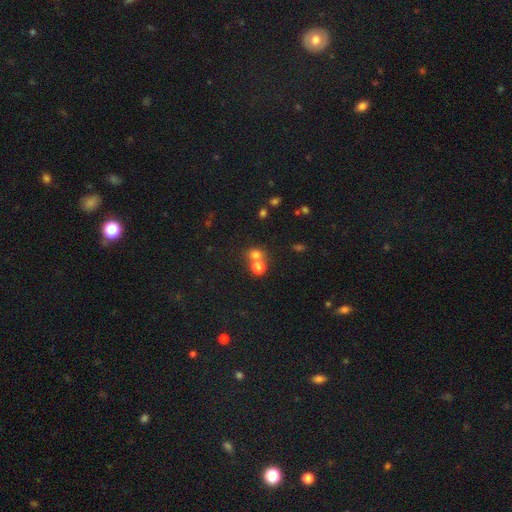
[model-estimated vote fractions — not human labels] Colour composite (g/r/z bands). It shows a smooth galaxy with no disk features (74%) that is round (69%). Merging: merger (58%).